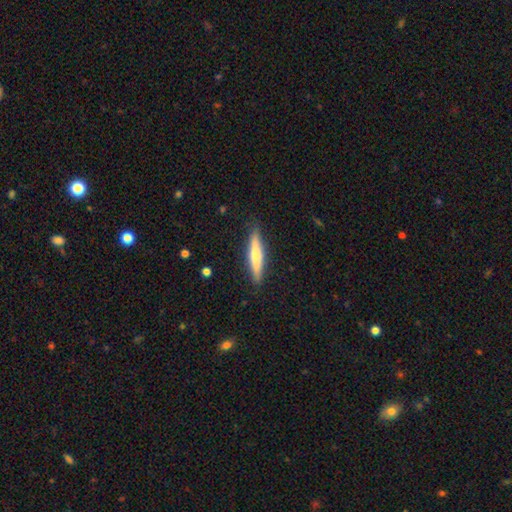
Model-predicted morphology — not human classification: The model was most divided on "smooth or featured": smooth: 55%, featured or disk: 39%, star or artifact: 6%. More confident: merging — none (88%); how rounded — cigar-shaped (88%).